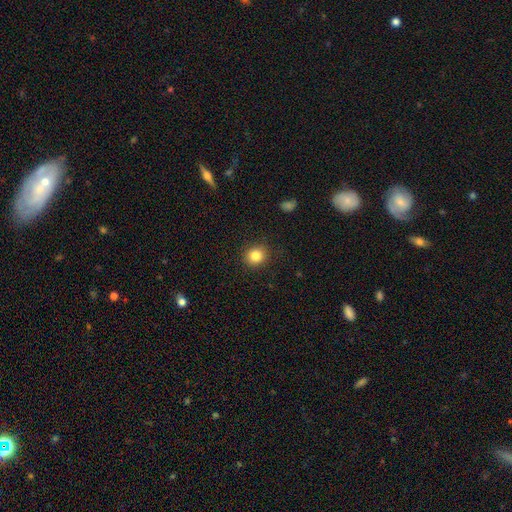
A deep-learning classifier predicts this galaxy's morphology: This is clearly a smooth galaxy (83%). How rounded: clearly round (84%). Merging: clearly none (89%).